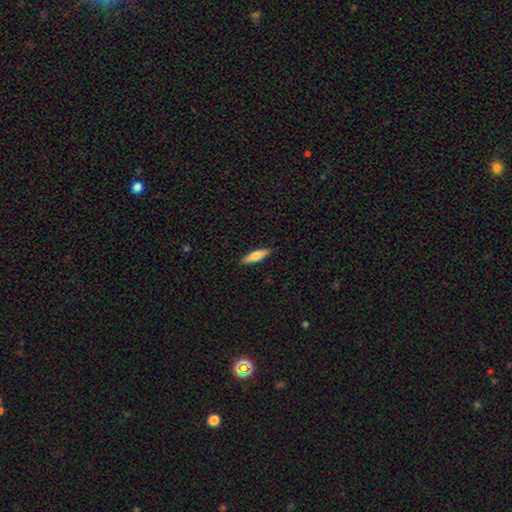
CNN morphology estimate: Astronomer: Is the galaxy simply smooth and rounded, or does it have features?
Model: smooth — 63%.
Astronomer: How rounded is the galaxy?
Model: cigar-shaped — 73%.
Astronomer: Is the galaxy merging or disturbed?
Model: none — 90%.